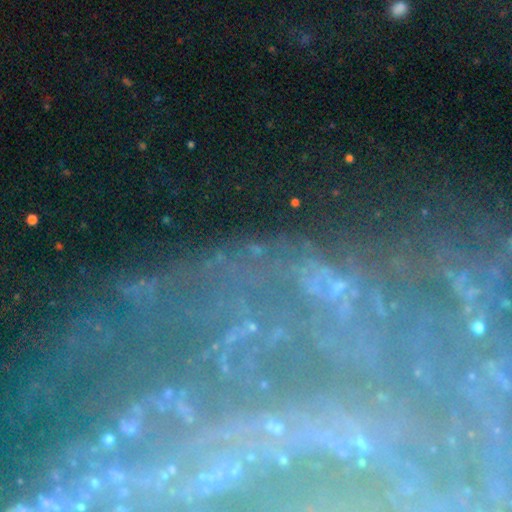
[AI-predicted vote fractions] Overall: featured or disk (53%; star or artifact 34%). Edge-on disk: no (89%). Merging: none (70%).